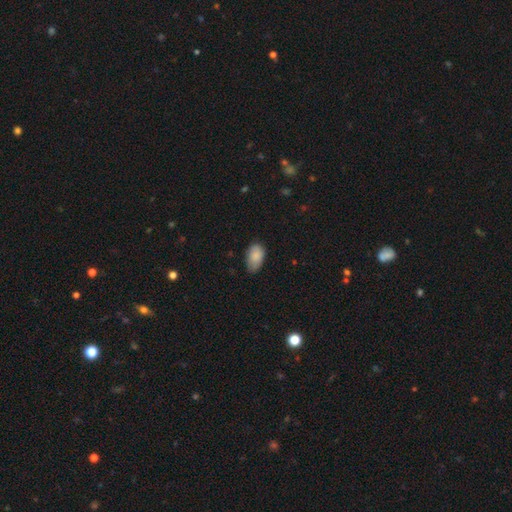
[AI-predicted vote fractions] Smooth or featured?
  - smooth: 87% *
  - star or artifact: 7%
  - featured or disk: 6%
How rounded?
  - in between: 93% *
  - round: 6%
  - cigar-shaped: 1%
Merging?
  - none: 64% *
  - minor disturbance: 30%
  - major disturbance: 4%
  - merger: 1%